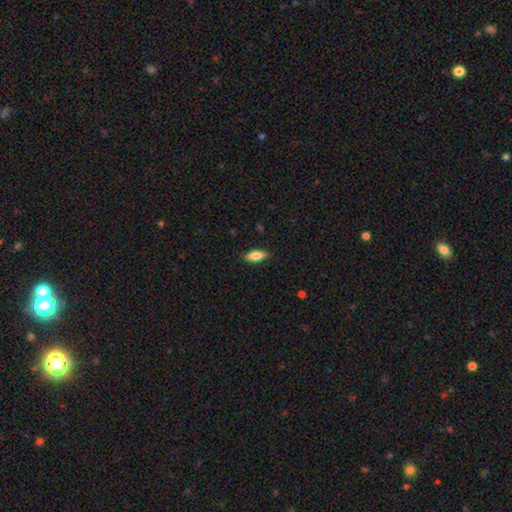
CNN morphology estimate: The model was most divided on "how rounded": in between: 75%, cigar-shaped: 23%, round: 2%. More confident: merging — none (86%); smooth or featured — smooth (79%).